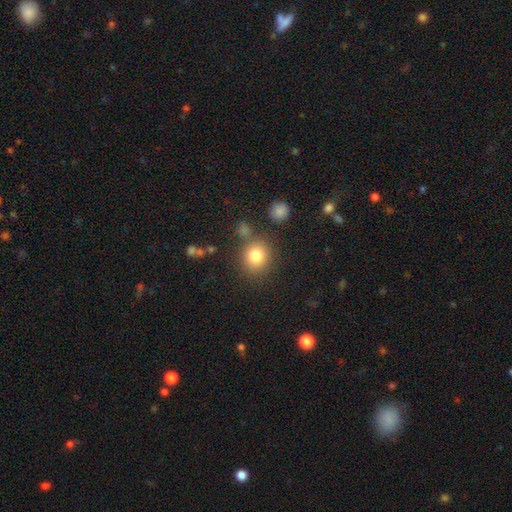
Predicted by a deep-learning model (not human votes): smooth-or-featured: smooth: 81% | star or artifact: 12% | featured or disk: 8%
  how-rounded: round: 80% | in between: 19% | cigar-shaped: 1%
  merging: none: 77% | minor disturbance: 10% | merger: 8% | major disturbance: 4%